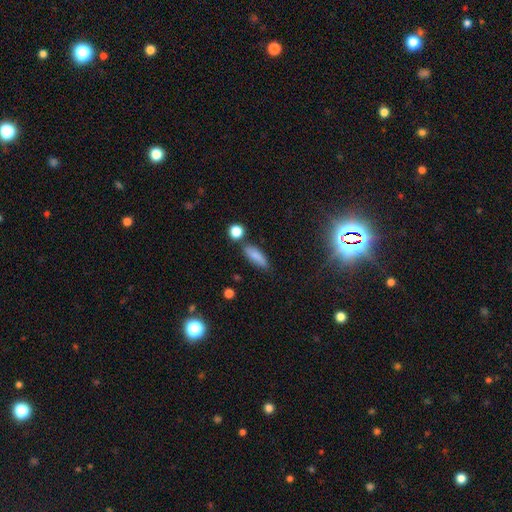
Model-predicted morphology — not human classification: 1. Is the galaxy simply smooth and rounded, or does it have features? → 81% smooth, 10% featured or disk, 9% star or artifact.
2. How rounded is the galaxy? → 57% in between, 39% cigar-shaped, 4% round.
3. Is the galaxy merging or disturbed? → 69% none, 20% minor disturbance, 7% merger, 5% major disturbance.